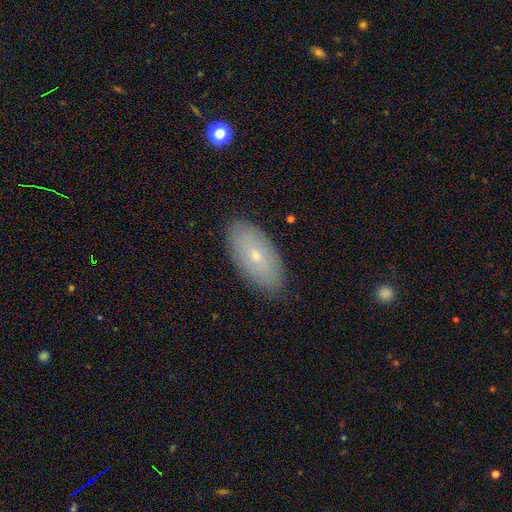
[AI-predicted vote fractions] Morphology: type=smooth (61%); roundness=in between (92%); merging=none (86%).